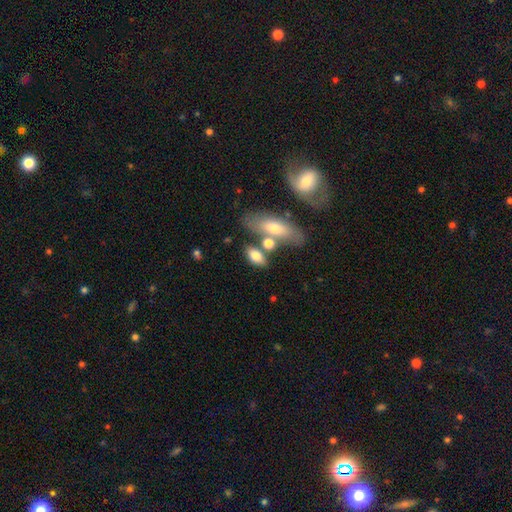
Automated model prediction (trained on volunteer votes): Smooth or featured?
  - smooth: 73% *
  - featured or disk: 19%
  - star or artifact: 7%
How rounded?
  - in between: 81% *
  - cigar-shaped: 11%
  - round: 7%
Merging?
  - none: 54% *
  - merger: 27%
  - minor disturbance: 13%
  - major disturbance: 6%